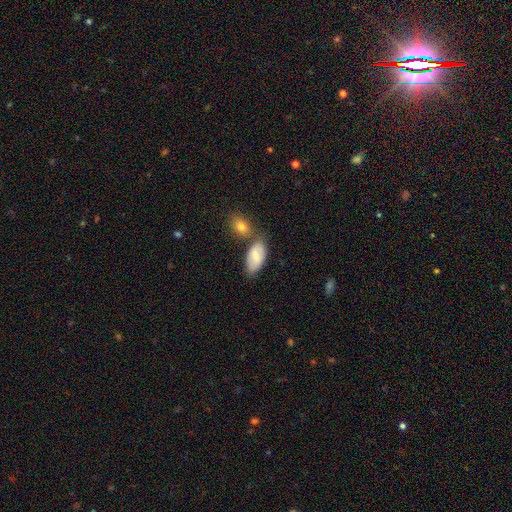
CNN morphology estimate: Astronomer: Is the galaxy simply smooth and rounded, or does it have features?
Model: smooth — 76%.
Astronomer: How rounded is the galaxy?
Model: in between — 93%.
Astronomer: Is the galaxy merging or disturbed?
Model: none — 50% (runner-up: merger, 29%).